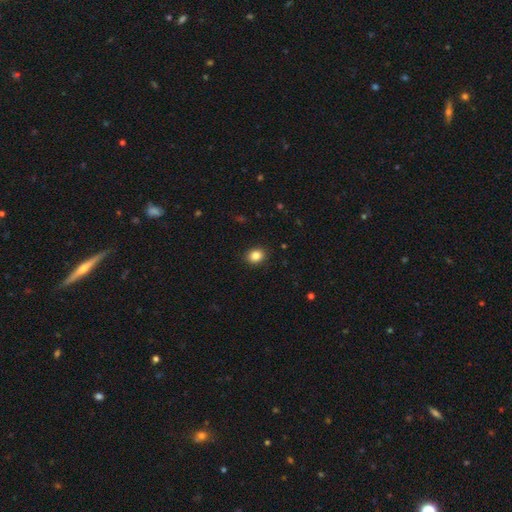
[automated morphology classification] Smooth or featured? smooth (86%)
How rounded? round (52%)
Merging? none (90%)